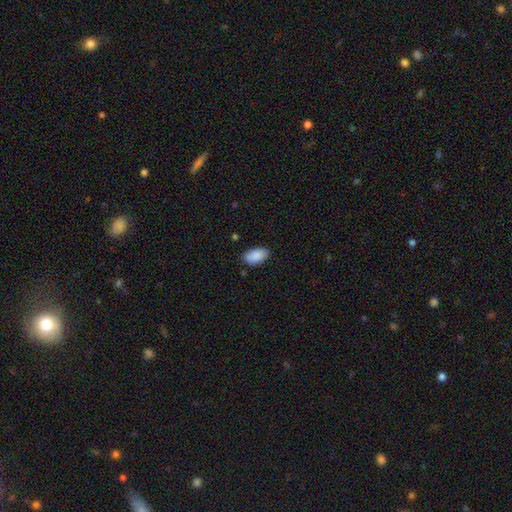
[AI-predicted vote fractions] A smooth galaxy with no disk features (89%) that is in between round and cigar-shaped (95%). Merging: none (82%).